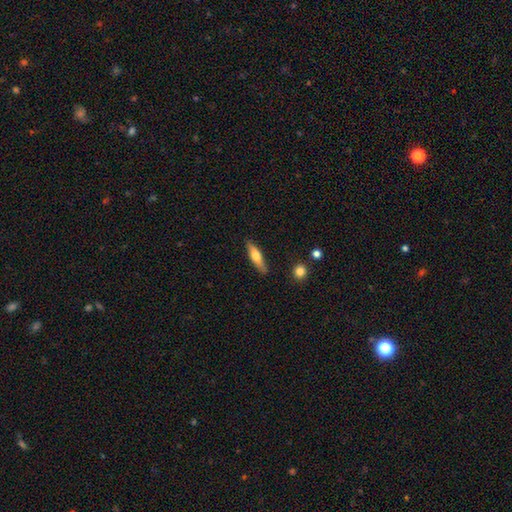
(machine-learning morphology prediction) This is possibly a smooth galaxy (57%). How rounded: likely cigar-shaped (69%). Merging: clearly none (86%).